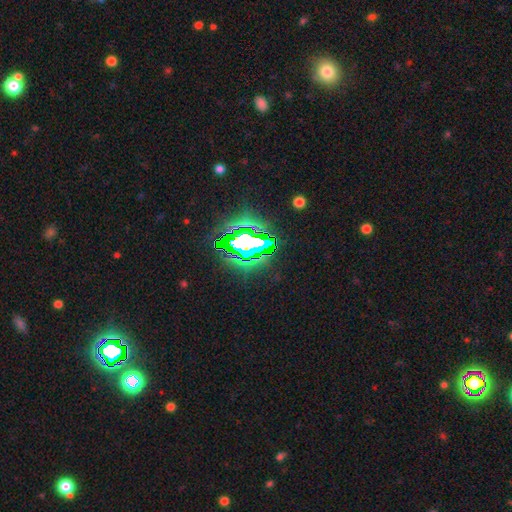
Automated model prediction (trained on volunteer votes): Smooth or featured? Predicted: star or artifact (p=0.71).